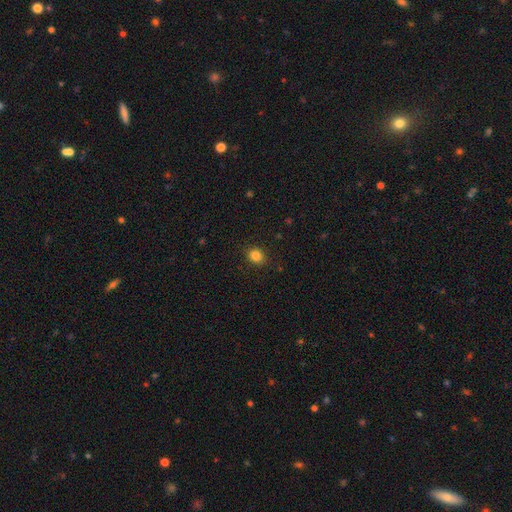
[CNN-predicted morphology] The model was most divided on "how rounded": round: 61%, in between: 38%, cigar-shaped: 1%. More confident: merging — none (88%); smooth or featured — smooth (84%).